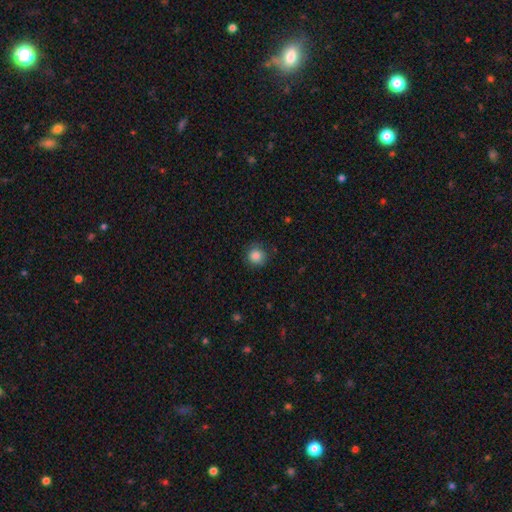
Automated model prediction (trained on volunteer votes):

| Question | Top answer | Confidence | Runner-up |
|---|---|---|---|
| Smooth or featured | smooth | 85% | star or artifact (11%) |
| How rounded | round | 91% | in between (8%) |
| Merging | none | 85% | minor disturbance (11%) |